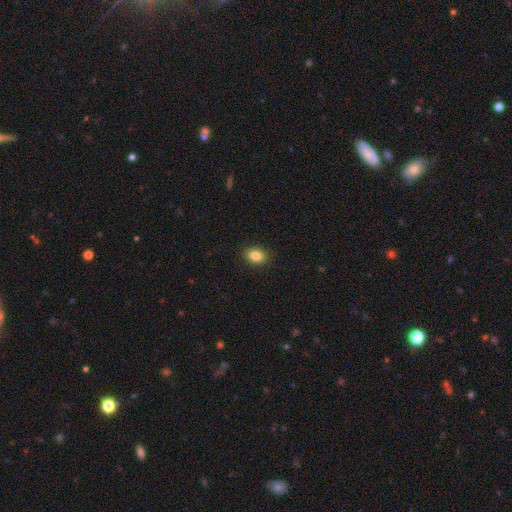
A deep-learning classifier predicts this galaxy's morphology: smooth-or-featured: smooth: 84% | star or artifact: 10% | featured or disk: 6%
  how-rounded: in between: 59% | round: 40% | cigar-shaped: 1%
  merging: none: 90% | minor disturbance: 7% | major disturbance: 2% | merger: 1%